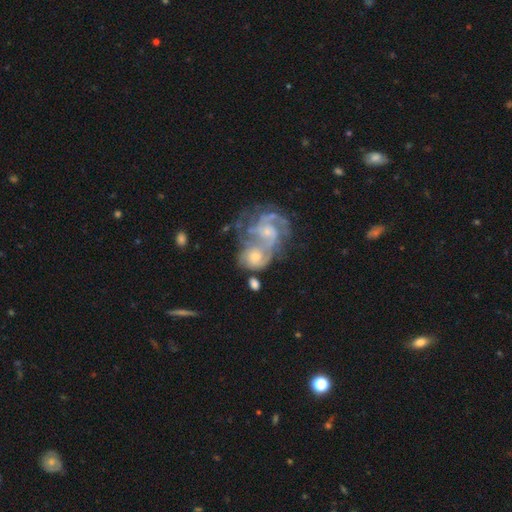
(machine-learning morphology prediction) A featured or disk galaxy (71%) with no bar (56%), spiral arms (72%) and a small central bulge (52%).

Vote fractions:
- Smooth or featured? featured or disk: 71% / smooth: 16% / star or artifact: 14%
- Edge-on disk? no: 97% / yes: 3%
- Bar? no: 56% / weak: 33% / strong: 11%
- Spiral arms? yes: 72% / no: 28%
- Bulge size? small: 52% / moderate: 34% / none: 9% / large: 3% / dominant: 2%
- Merging? merger: 55% / none: 25% / minor disturbance: 10% / major disturbance: 10%